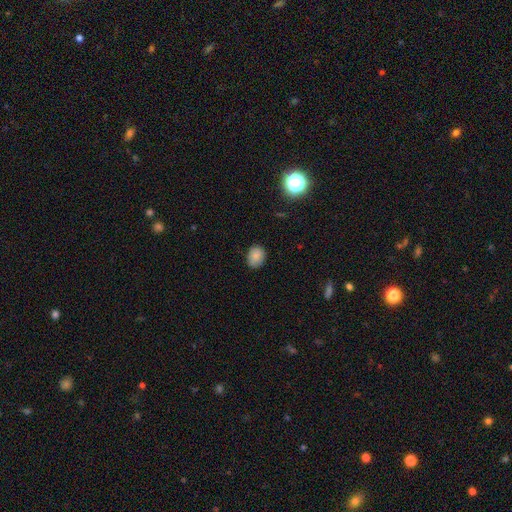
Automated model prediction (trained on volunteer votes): smooth-or-featured: smooth: 84% | star or artifact: 10% | featured or disk: 6%
  how-rounded: in between: 58% | round: 41% | cigar-shaped: 1%
  merging: none: 82% | minor disturbance: 15% | major disturbance: 3% | merger: 1%